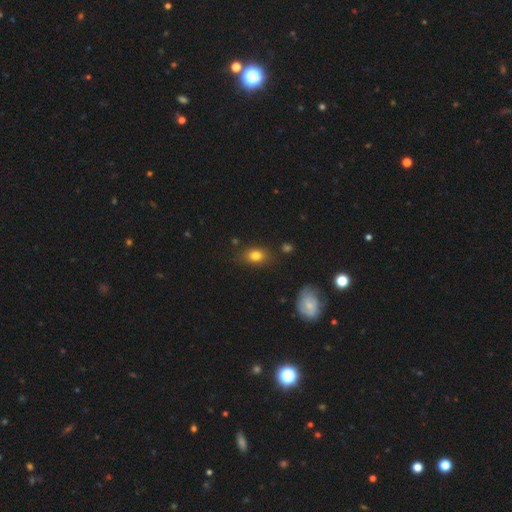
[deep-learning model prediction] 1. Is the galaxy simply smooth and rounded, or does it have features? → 79% smooth, 11% star or artifact, 10% featured or disk.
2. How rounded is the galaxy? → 72% in between, 26% round, 2% cigar-shaped.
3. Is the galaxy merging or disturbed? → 79% none, 15% minor disturbance, 4% major disturbance, 2% merger.